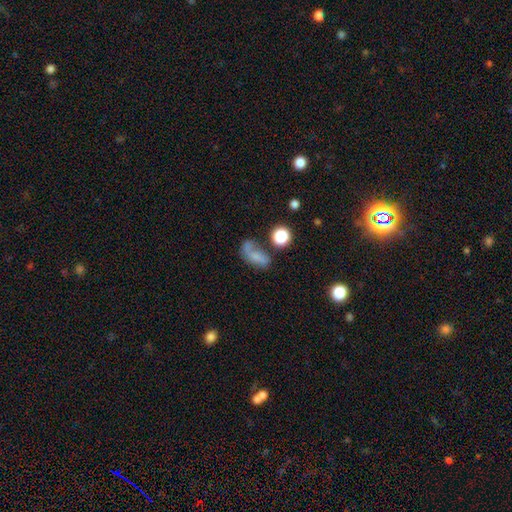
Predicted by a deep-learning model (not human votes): Q: Smooth or featured?
A: smooth (52%); runner-up: featured or disk (32%)
Q: How rounded?
A: in between (77%); runner-up: round (16%)
Q: Merging?
A: none (34%); runner-up: major disturbance (26%)